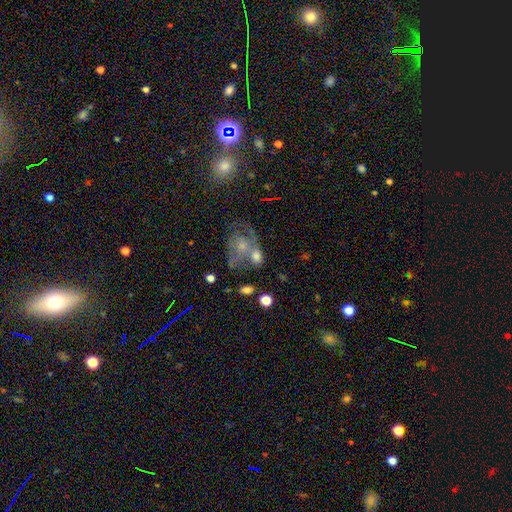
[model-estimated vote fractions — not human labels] smooth-or-featured: smooth: 51% | featured or disk: 36% | star or artifact: 12%
  how-rounded: in between: 62% | round: 36% | cigar-shaped: 2%
  merging: merger: 40% | none: 31% | minor disturbance: 15% | major disturbance: 15%